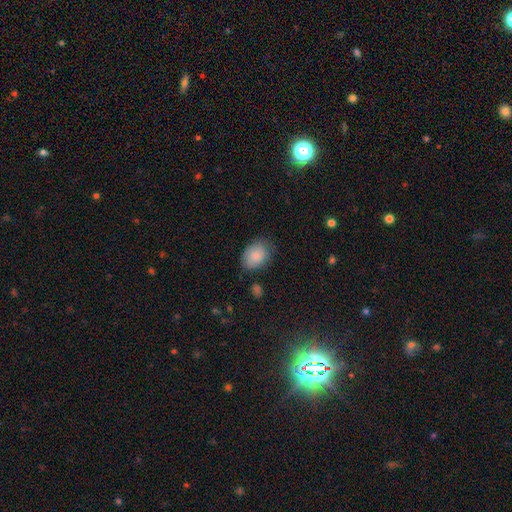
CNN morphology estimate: A smooth galaxy with no disk features (84%) that is in between round and cigar-shaped (73%).

Vote fractions:
- Smooth or featured? smooth: 84% / featured or disk: 9% / star or artifact: 7%
- How rounded? in between: 73% / round: 26% / cigar-shaped: 1%
- Merging? none: 71% / minor disturbance: 21% / major disturbance: 5% / merger: 2%